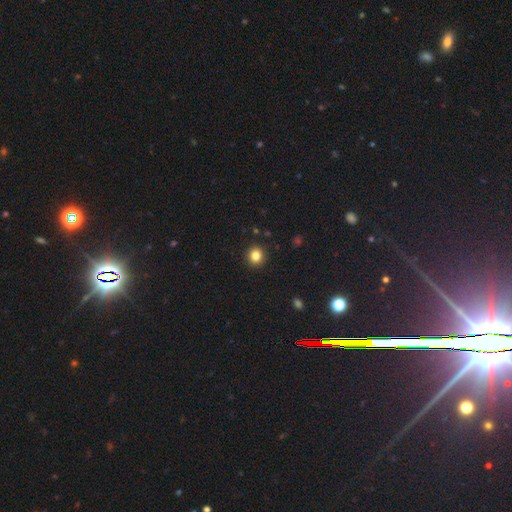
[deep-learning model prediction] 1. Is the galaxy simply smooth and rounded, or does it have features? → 84% smooth, 11% star or artifact, 5% featured or disk.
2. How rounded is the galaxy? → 88% round, 11% in between, 1% cigar-shaped.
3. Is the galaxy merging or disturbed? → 92% none, 5% minor disturbance, 2% major disturbance, 1% merger.